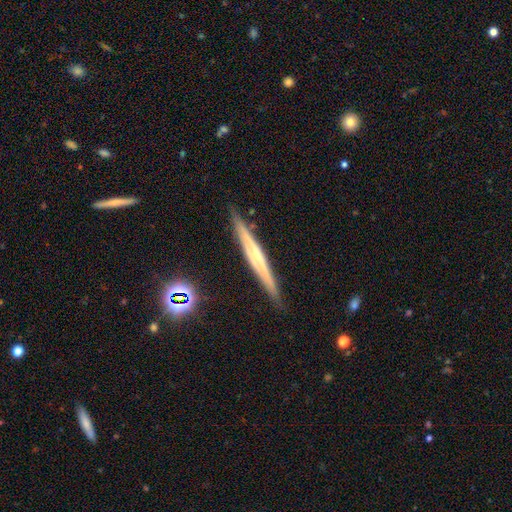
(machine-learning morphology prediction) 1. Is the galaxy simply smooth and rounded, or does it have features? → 64% featured or disk, 28% smooth, 8% star or artifact.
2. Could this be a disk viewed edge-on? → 97% yes, 3% no.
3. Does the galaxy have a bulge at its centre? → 47% none, 43% rounded, 10% boxy.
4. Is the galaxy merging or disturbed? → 89% none, 8% minor disturbance, 1% major disturbance, 1% merger.